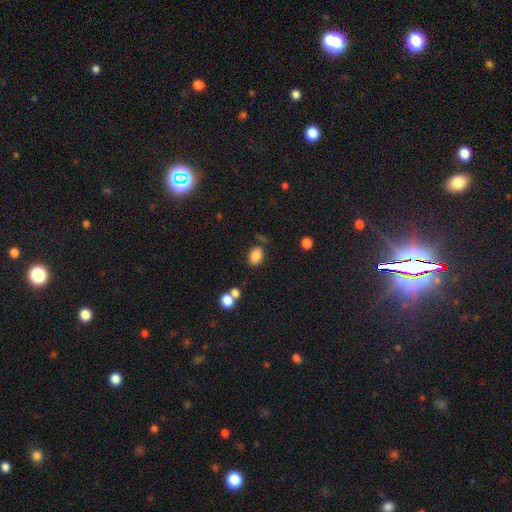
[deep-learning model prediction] Smooth or featured: smooth — 85% (star or artifact — 10%)
How rounded: in between — 82% (round — 17%)
Merging: none — 71% (minor disturbance — 15%)